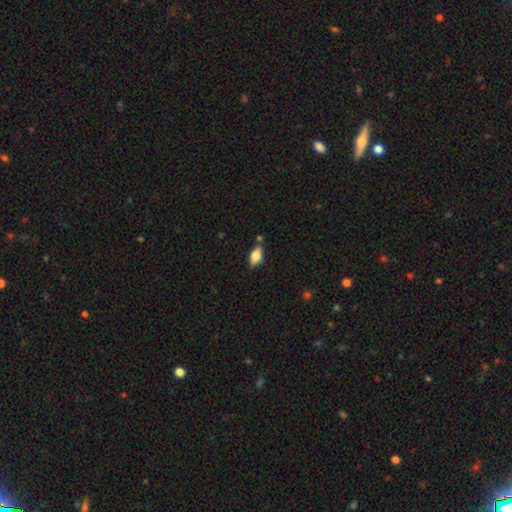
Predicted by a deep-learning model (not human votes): Overall: smooth (71%). How rounded: in between (86%). Merging: none (73%).